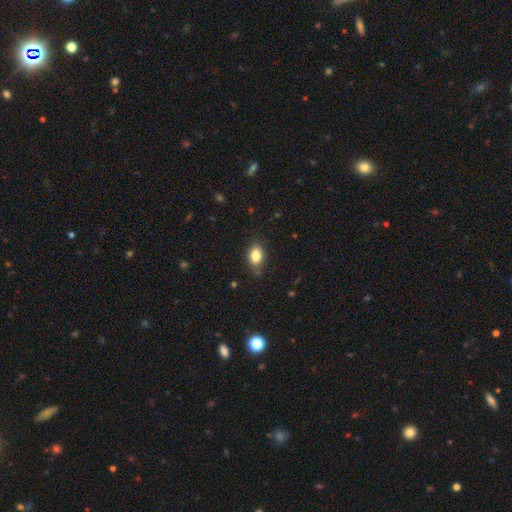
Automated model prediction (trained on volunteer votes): smooth-or-featured: smooth: 84% | star or artifact: 9% | featured or disk: 6%
  how-rounded: in between: 79% | round: 20% | cigar-shaped: 2%
  merging: none: 78% | minor disturbance: 17% | major disturbance: 3% | merger: 2%